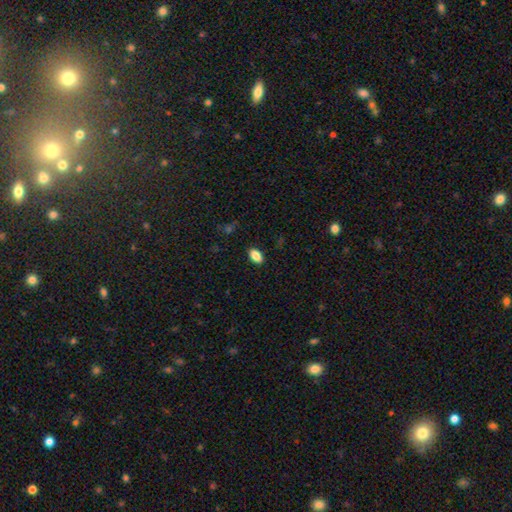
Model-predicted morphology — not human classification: smooth-or-featured: smooth: 86% | star or artifact: 8% | featured or disk: 6%
  how-rounded: in between: 91% | round: 6% | cigar-shaped: 3%
  merging: none: 88% | minor disturbance: 9% | major disturbance: 2% | merger: 1%